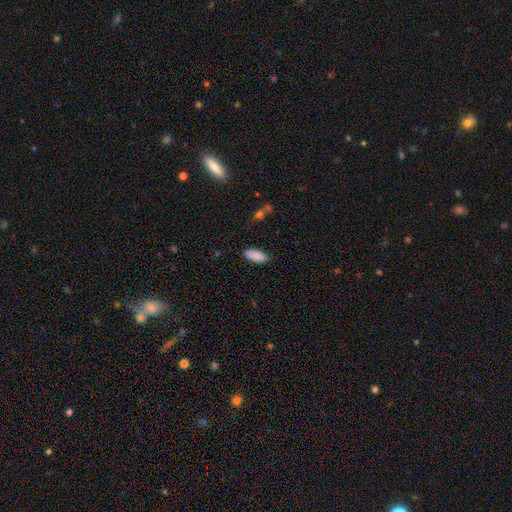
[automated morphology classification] Overall: smooth (89%). How rounded: in between (80%). Merging: none (82%).